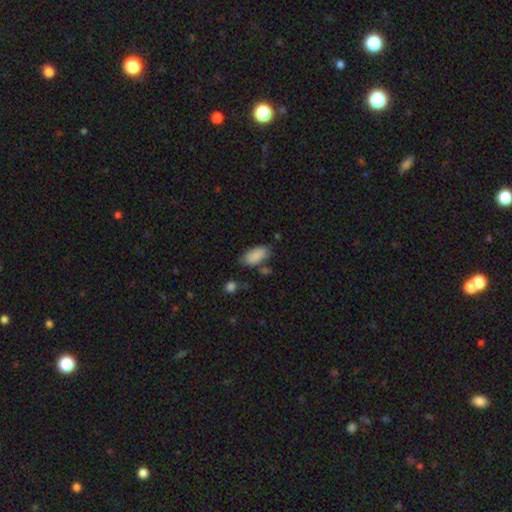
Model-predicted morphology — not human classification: A smooth galaxy with no disk features (88%) that is in between round and cigar-shaped (92%).

Vote fractions:
- Smooth or featured? smooth: 88% / star or artifact: 7% / featured or disk: 6%
- How rounded? in between: 92% / cigar-shaped: 5% / round: 3%
- Merging? none: 69% / minor disturbance: 20% / merger: 7% / major disturbance: 5%